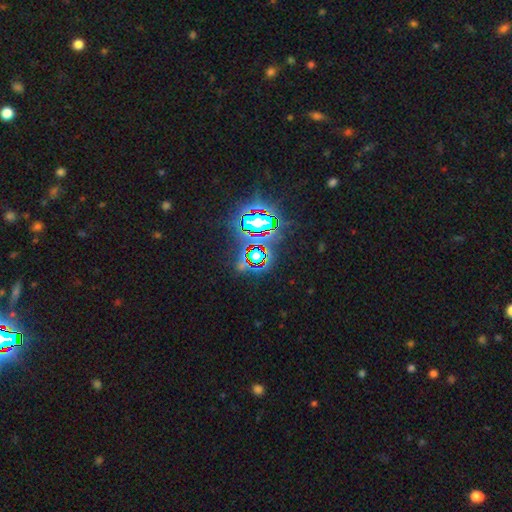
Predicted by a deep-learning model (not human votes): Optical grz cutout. It shows a star or artifact, not a galaxy (79%).